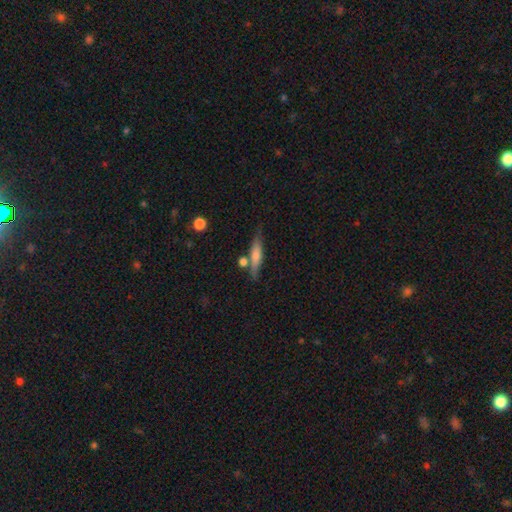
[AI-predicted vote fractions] Q: Smooth or featured?
A: smooth (60%); runner-up: featured or disk (33%)
Q: How rounded?
A: cigar-shaped (79%); runner-up: in between (19%)
Q: Merging?
A: none (68%); runner-up: minor disturbance (15%)